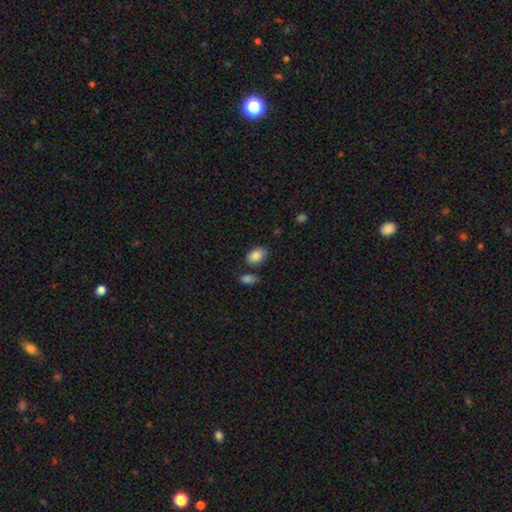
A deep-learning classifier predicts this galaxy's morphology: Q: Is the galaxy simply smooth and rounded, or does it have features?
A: smooth — 87%.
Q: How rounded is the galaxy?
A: in between — 87%.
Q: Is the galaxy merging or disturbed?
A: none — 72%.